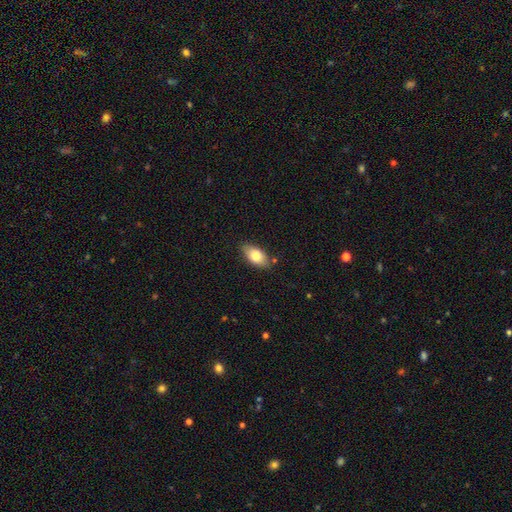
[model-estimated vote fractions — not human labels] This appears to be a smooth galaxy with no disk features (80%) that is in between round and cigar-shaped (92%). Merging: none (81%).